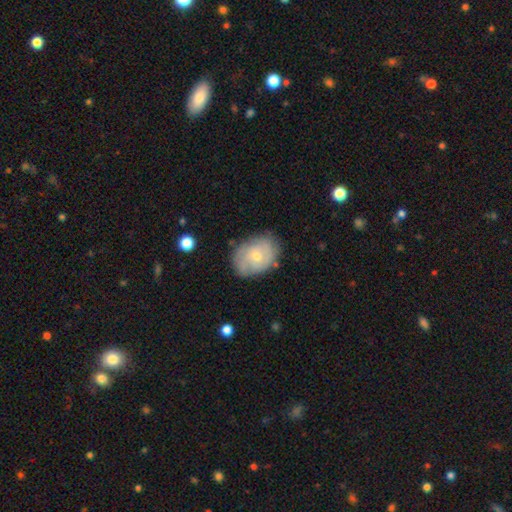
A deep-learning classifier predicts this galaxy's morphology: featured or disk 52%, smooth 41%, star or artifact 7%. Down the decision tree: edge-on disk — no (96%); merging — none (75%).